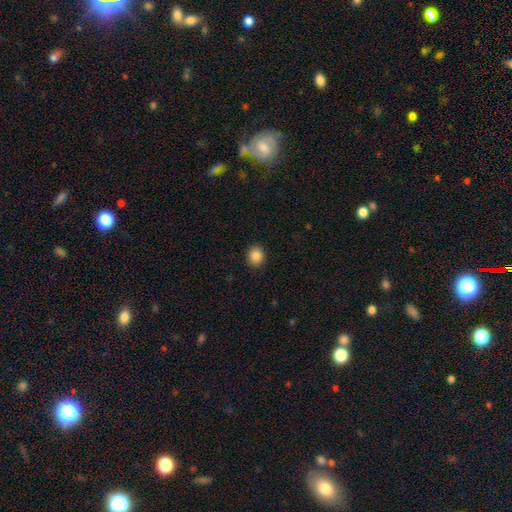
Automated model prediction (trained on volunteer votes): smooth-or-featured: smooth: 86% | star or artifact: 9% | featured or disk: 4%
  how-rounded: round: 68% | in between: 31% | cigar-shaped: 1%
  merging: none: 90% | minor disturbance: 7% | major disturbance: 2% | merger: 1%